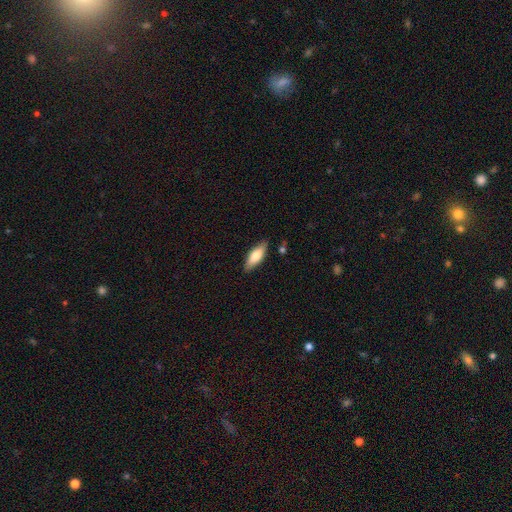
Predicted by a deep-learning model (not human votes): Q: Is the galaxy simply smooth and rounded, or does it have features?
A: smooth — 73%.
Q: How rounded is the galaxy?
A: in between — 65%.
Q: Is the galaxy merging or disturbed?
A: none — 83%.